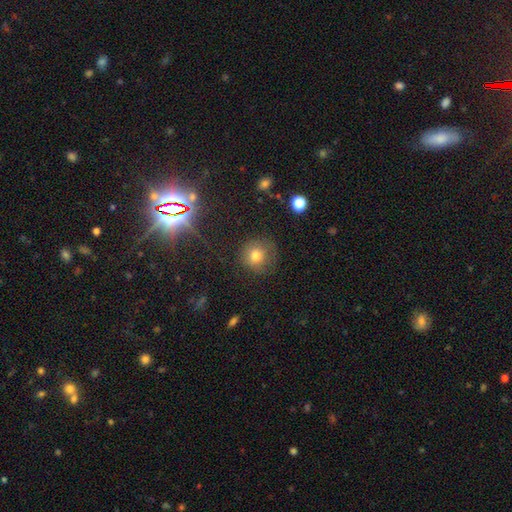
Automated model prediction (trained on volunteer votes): Morphology: type=smooth (75%); roundness=round (90%); merging=none (76%).